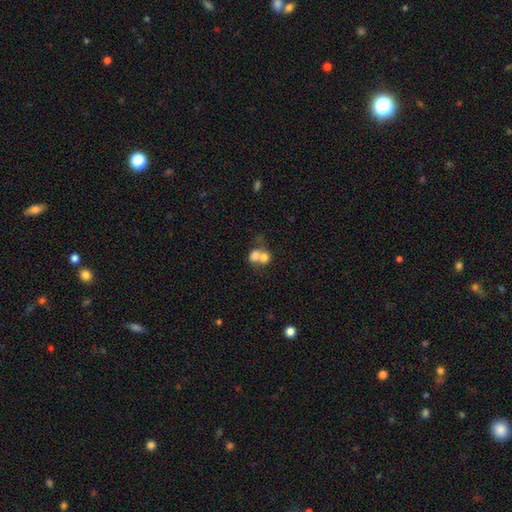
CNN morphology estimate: Smooth or featured: smooth — 69% (featured or disk — 20%)
How rounded: round — 65% (in between — 34%)
Merging: merger — 70% (none — 21%)